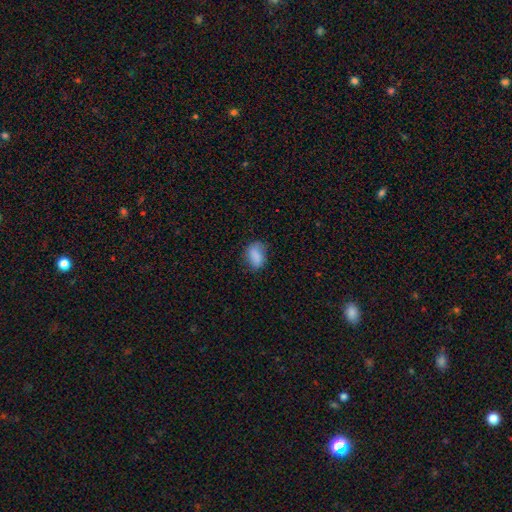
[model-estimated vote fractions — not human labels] The model was most divided on "merging": none: 64%, minor disturbance: 26%, major disturbance: 8%, merger: 2%. More confident: smooth or featured — smooth (82%); how rounded — in between (82%).